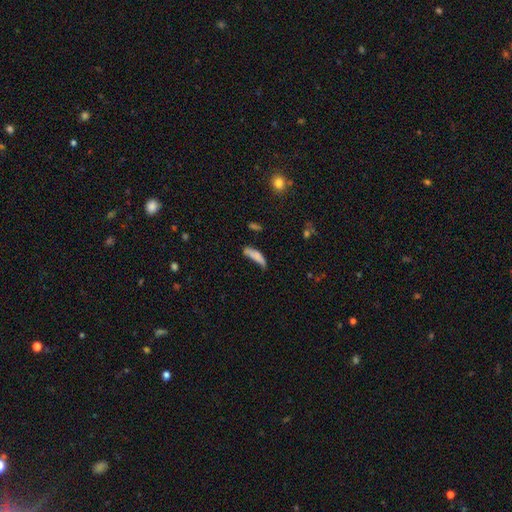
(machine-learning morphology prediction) Smooth or featured? Predicted: smooth (p=0.73). How rounded? Predicted: cigar-shaped (p=0.59). Merging? Predicted: none (p=0.36).